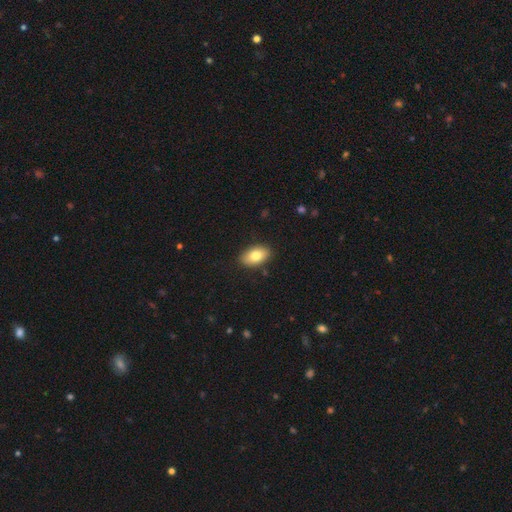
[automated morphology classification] type=smooth (80%); roundness=in between (92%); merging=none (88%).